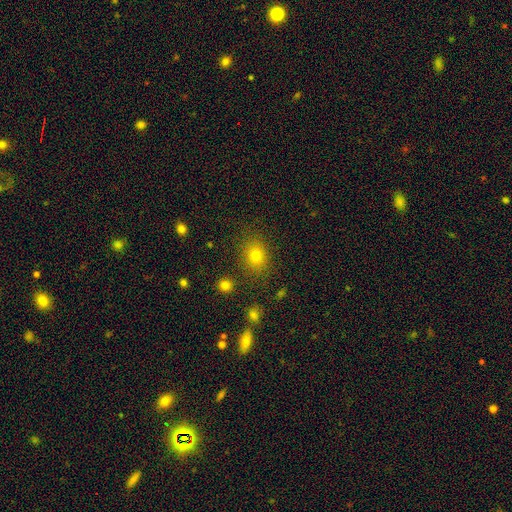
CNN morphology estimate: A smooth galaxy with no disk features (76%) that is round (55%). Merging: none (83%).